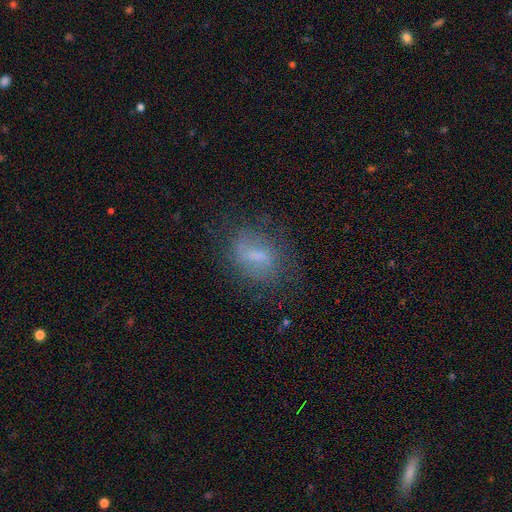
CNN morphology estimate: type=smooth (50%); roundness=in between (67%); merging=none (62%).